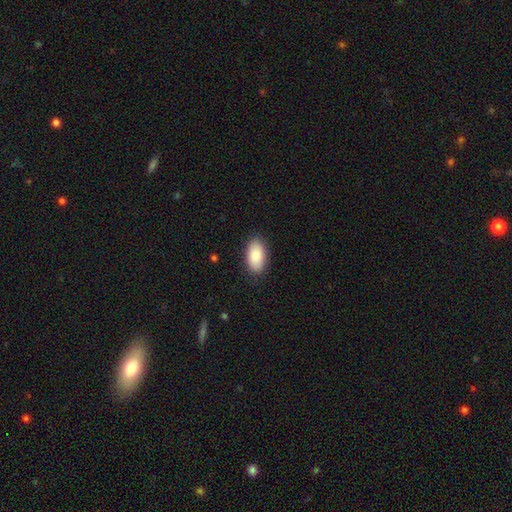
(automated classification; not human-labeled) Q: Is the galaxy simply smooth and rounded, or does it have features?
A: smooth — 87%.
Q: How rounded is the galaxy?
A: in between — 95%.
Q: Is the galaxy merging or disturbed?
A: none — 87%.